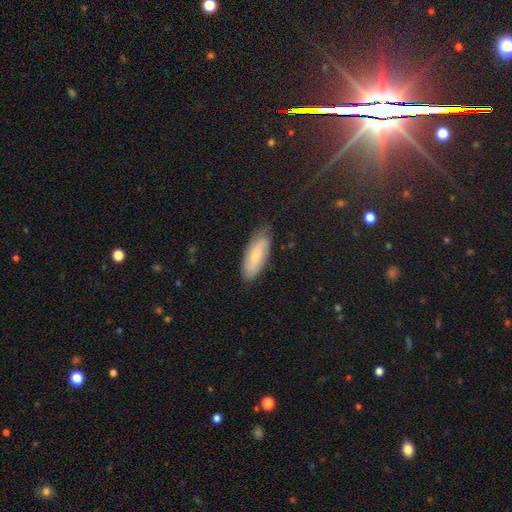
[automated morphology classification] This is possibly a smooth galaxy (57%). How rounded: likely in between (70%). Merging: likely none (78%).